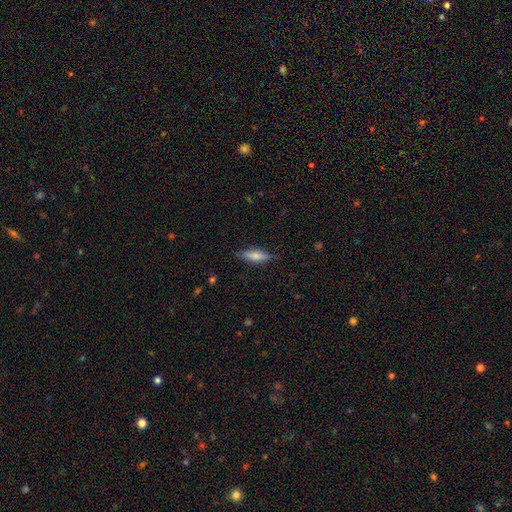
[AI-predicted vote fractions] Smooth or featured?
  - smooth: 59% *
  - featured or disk: 34%
  - star or artifact: 7%
How rounded?
  - cigar-shaped: 54% *
  - in between: 44%
  - round: 3%
Merging?
  - none: 82% *
  - minor disturbance: 14%
  - major disturbance: 3%
  - merger: 1%